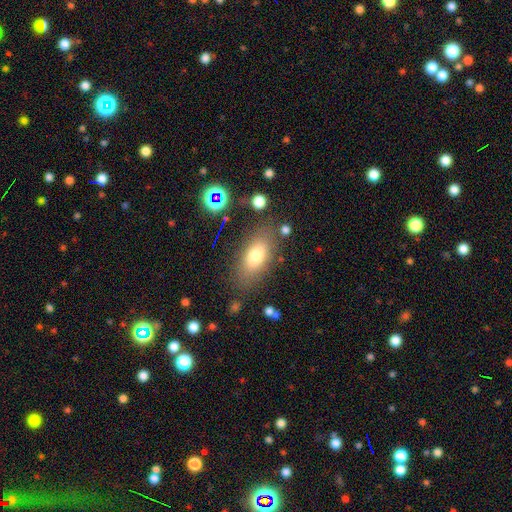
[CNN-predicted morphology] This is likely a smooth galaxy (74%). How rounded: clearly in between (84%). Merging: likely none (78%).